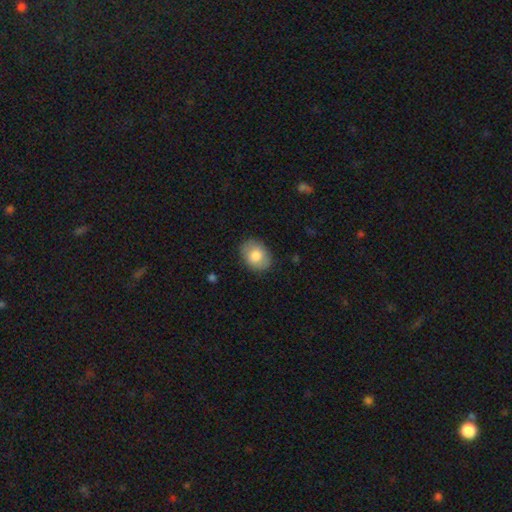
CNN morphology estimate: Smooth or featured: smooth — 79% (featured or disk — 14%)
How rounded: in between — 61% (round — 38%)
Merging: none — 83% (minor disturbance — 13%)